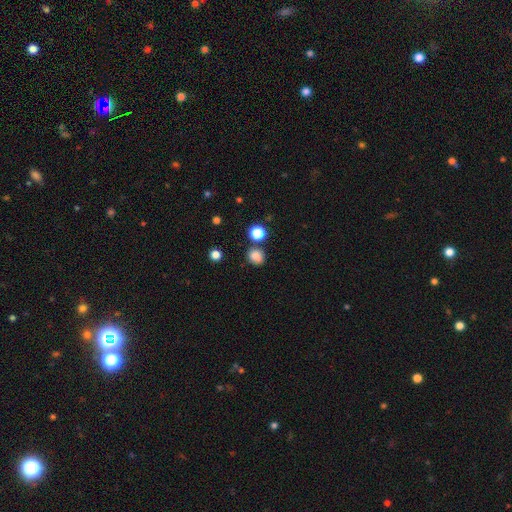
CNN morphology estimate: A smooth galaxy with no disk features (83%) that is round (72%).

Vote fractions:
- Smooth or featured? smooth: 83% / star or artifact: 13% / featured or disk: 4%
- How rounded? round: 72% / in between: 27% / cigar-shaped: 1%
- Merging? none: 76% / minor disturbance: 11% / merger: 9% / major disturbance: 3%